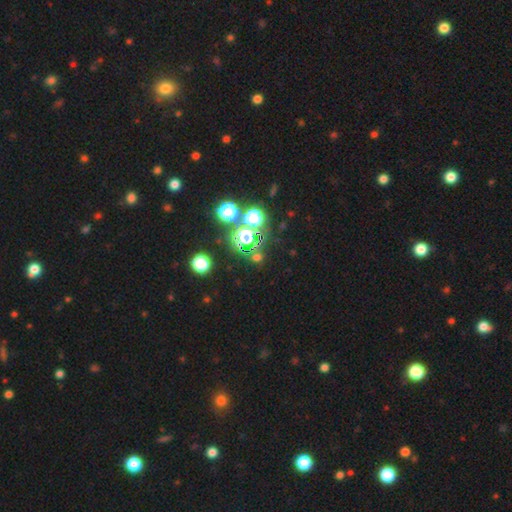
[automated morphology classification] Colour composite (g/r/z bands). It shows a star or artifact, not a galaxy (67%).